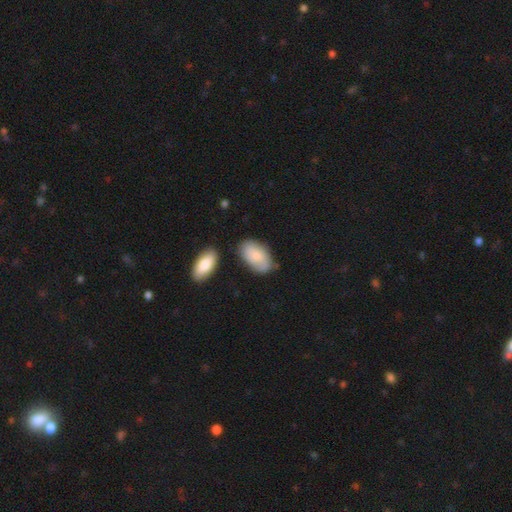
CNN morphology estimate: A smooth galaxy with no disk features (76%) that is in between round and cigar-shaped (95%). Merging: none (64%).